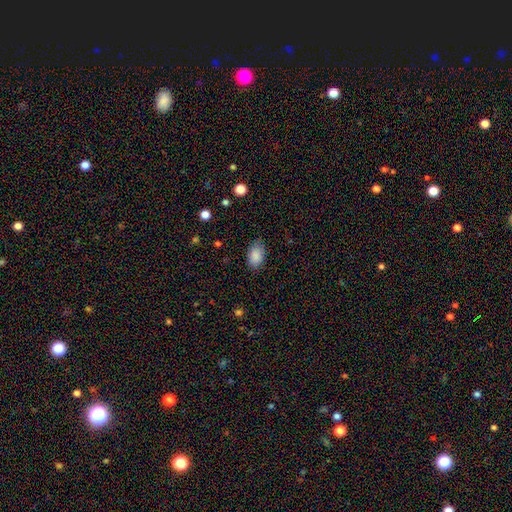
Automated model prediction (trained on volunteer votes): Smooth or featured? Predicted: smooth (p=0.87). How rounded? Predicted: in between (p=0.90). Merging? Predicted: none (p=0.75).